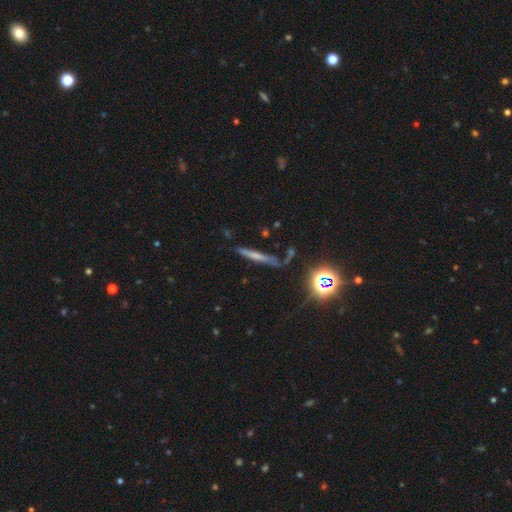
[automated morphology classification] Overall: smooth (43%; featured or disk 38%). Merging: none (74%).